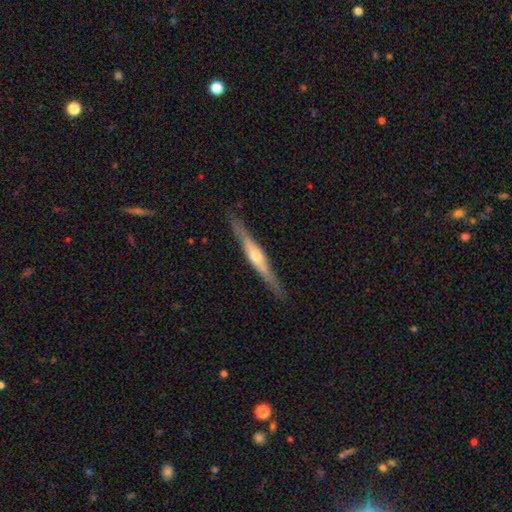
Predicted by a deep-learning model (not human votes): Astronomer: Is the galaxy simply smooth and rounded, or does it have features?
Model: featured or disk — 73%.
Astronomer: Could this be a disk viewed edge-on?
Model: yes — 96%.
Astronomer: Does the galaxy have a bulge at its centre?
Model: rounded — 86%.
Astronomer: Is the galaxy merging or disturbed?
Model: none — 89%.